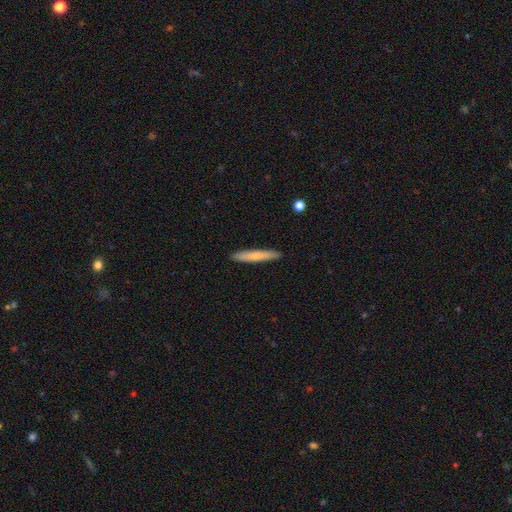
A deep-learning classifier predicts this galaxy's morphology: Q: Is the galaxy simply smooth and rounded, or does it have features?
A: smooth — 70%.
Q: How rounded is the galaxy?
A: cigar-shaped — 94%.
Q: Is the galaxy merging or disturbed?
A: none — 91%.